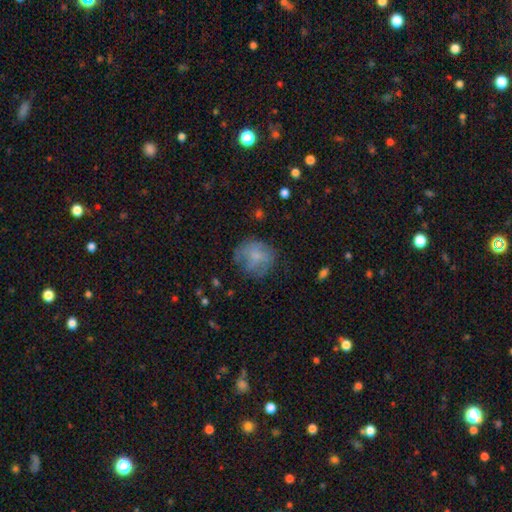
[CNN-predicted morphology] Smooth or featured? Predicted: smooth (p=0.61). How rounded? Predicted: round (p=0.81). Merging? Predicted: none (p=0.63).